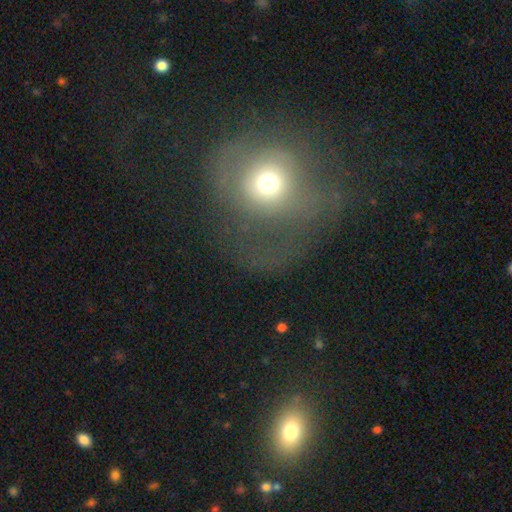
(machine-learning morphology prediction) smooth-or-featured: smooth: 49% | featured or disk: 35% | star or artifact: 16%
  merging: major disturbance: 42% | none: 35% | minor disturbance: 18% | merger: 5%